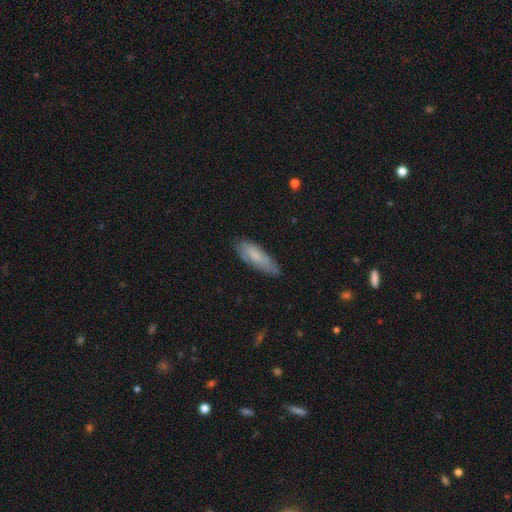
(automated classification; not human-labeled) A smooth galaxy with no disk features (71%) that is in between round and cigar-shaped (56%). Merging: none (69%).